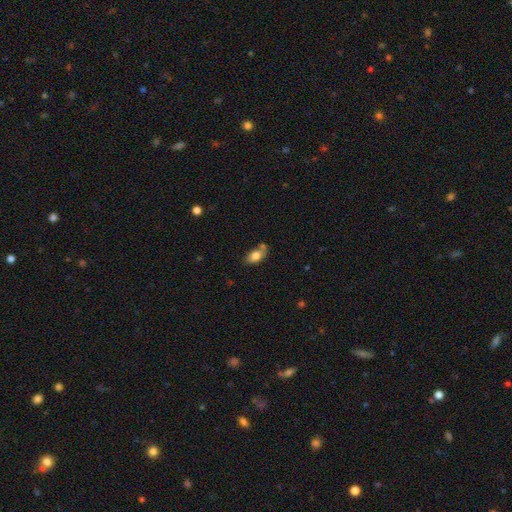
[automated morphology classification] type=smooth (77%); roundness=in between (89%); merging=none (57%).